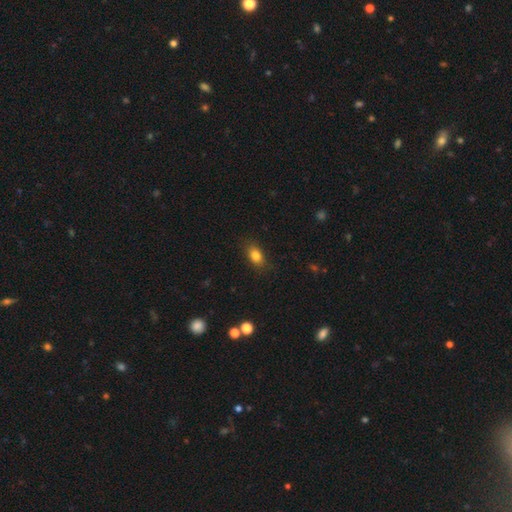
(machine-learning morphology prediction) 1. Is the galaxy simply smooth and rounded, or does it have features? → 83% smooth, 10% star or artifact, 7% featured or disk.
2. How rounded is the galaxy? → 79% in between, 18% round, 3% cigar-shaped.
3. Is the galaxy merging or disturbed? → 83% none, 13% minor disturbance, 3% major disturbance, 1% merger.